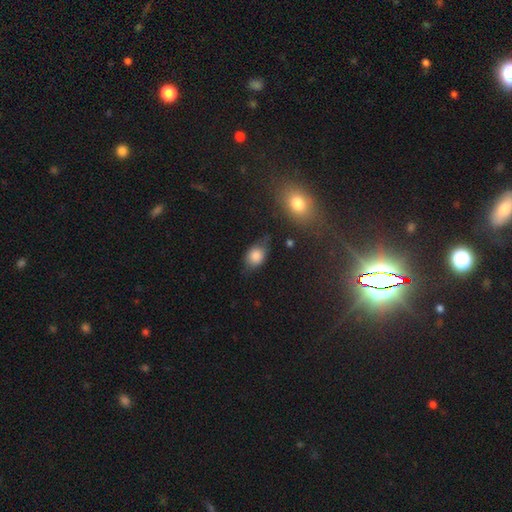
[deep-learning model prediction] Smooth or featured? Predicted: smooth (p=0.80). How rounded? Predicted: in between (p=0.71). Merging? Predicted: none (p=0.59).